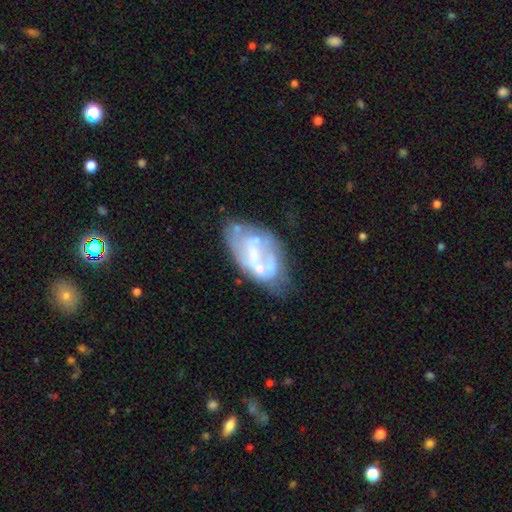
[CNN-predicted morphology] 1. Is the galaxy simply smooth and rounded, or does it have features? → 68% featured or disk, 23% smooth, 8% star or artifact.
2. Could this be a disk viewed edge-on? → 96% no, 4% yes.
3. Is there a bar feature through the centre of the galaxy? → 62% no, 26% weak, 12% strong.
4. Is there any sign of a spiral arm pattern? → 73% no, 27% yes.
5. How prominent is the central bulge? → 38% small, 34% none, 23% moderate, 3% large, 1% dominant.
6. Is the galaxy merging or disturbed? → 41% none, 24% minor disturbance, 20% major disturbance, 15% merger.